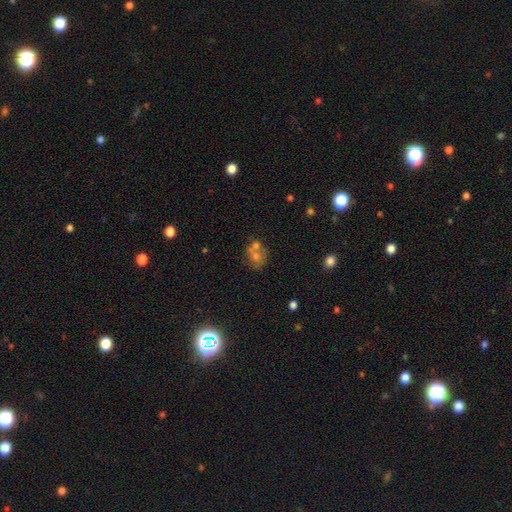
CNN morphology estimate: A smooth galaxy with no disk features (48%). Merging: none (48%).